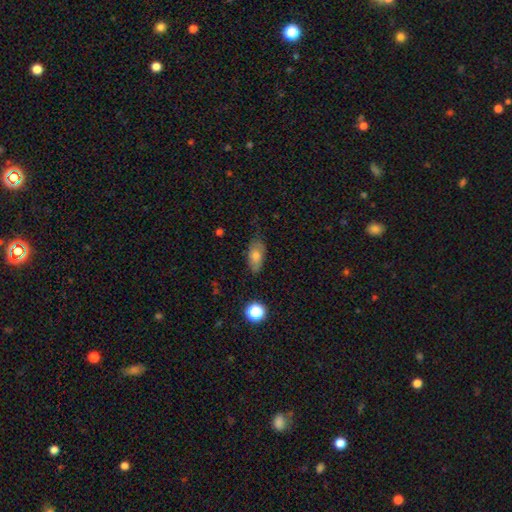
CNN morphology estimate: smooth-or-featured: smooth: 69% | featured or disk: 20% | star or artifact: 10%
  how-rounded: in between: 88% | round: 8% | cigar-shaped: 5%
  merging: none: 69% | minor disturbance: 24% | major disturbance: 5% | merger: 2%